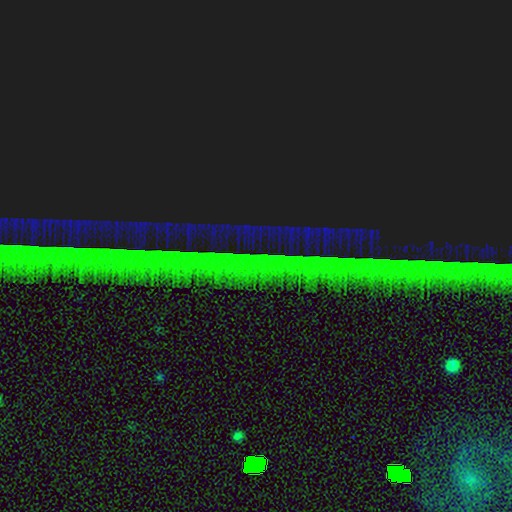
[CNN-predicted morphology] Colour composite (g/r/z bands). It shows a star or artifact, not a galaxy (84%).